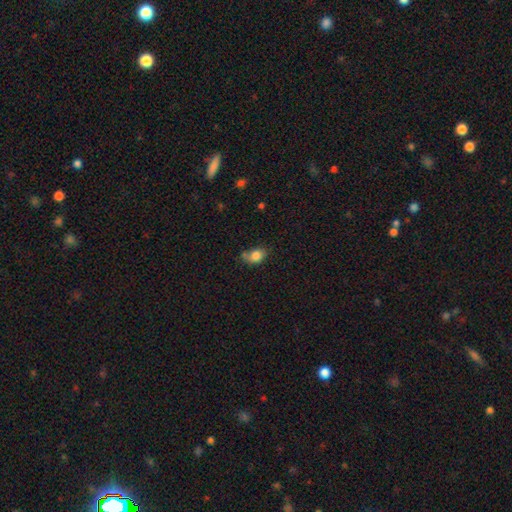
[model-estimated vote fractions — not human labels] A smooth galaxy with no disk features (79%) that is in between round and cigar-shaped (66%). Merging: none (45%).